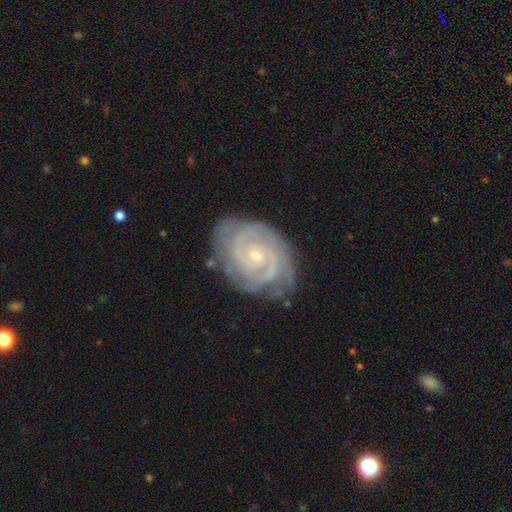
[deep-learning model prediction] The model was most divided on "bar": no: 62%, weak: 30%, strong: 8%. More confident: spiral arms — yes (98%); edge-on disk — no (98%); smooth or featured — featured or disk (91%); bulge size — small (78%); merging — none (76%); spiral winding — tight (74%); spiral arm count — 2 (58%).